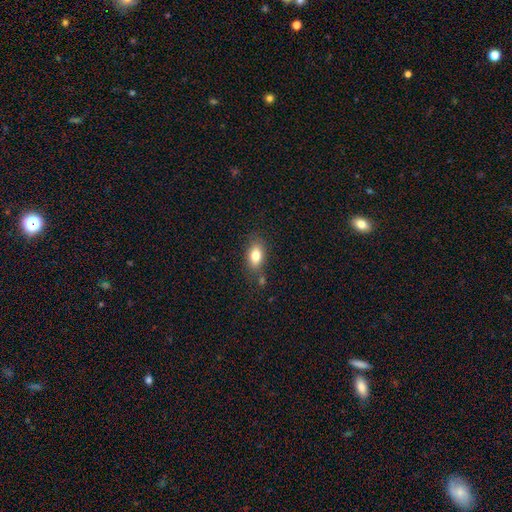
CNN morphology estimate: This appears to be a smooth galaxy with no disk features (80%) that is in between round and cigar-shaped (86%). Merging: none (73%).